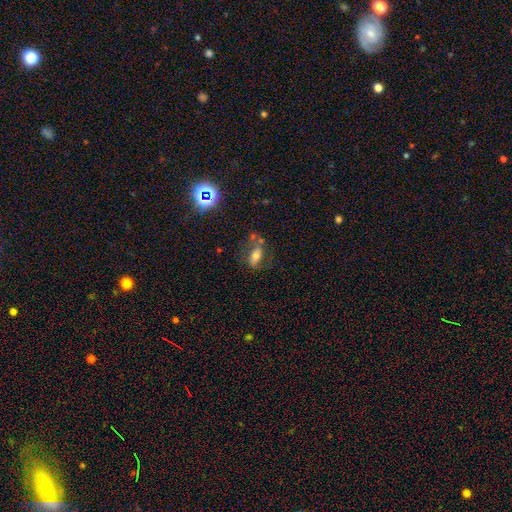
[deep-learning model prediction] Smooth or featured: smooth — 44% (featured or disk — 41%)
Merging: none — 44% (minor disturbance — 22%)